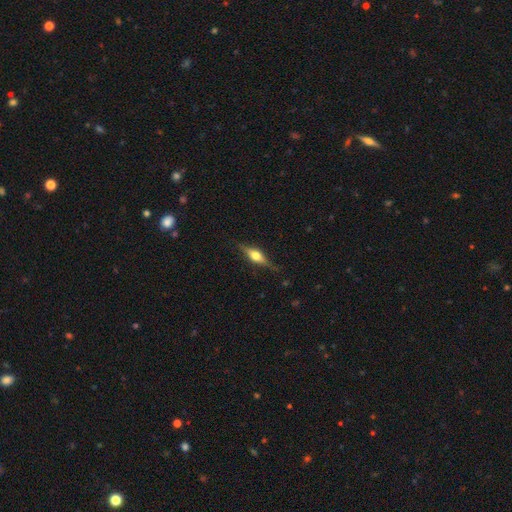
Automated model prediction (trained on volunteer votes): featured or disk 66%, smooth 27%, star or artifact 7%. Down the decision tree: edge-on disk — yes (95%); edge-on bulge — rounded (92%); merging — none (81%).